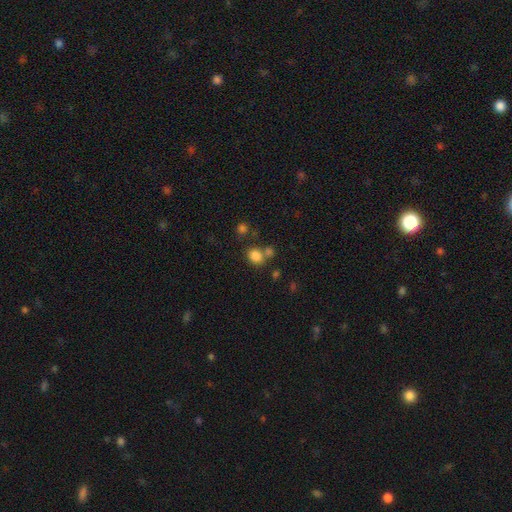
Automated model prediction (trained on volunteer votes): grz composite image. It shows a smooth galaxy with no disk features (81%) that is round (63%). Merging: none (60%).